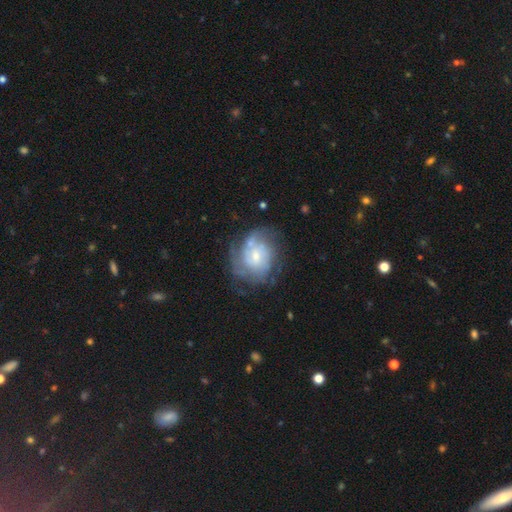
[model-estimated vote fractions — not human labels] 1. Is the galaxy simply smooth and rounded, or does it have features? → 70% featured or disk, 22% smooth, 7% star or artifact.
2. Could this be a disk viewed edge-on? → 98% no, 2% yes.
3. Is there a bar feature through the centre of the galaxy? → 67% no, 29% weak, 4% strong.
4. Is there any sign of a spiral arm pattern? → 81% yes, 19% no.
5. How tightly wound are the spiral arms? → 53% tight, 34% medium, 13% loose.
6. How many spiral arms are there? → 47% can't tell, 19% 2, 16% 3, 8% 4, 5% 1, 4% more than 4.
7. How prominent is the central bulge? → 52% small, 39% moderate, 4% large, 3% none, 1% dominant.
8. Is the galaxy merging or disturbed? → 58% none, 21% minor disturbance, 15% major disturbance, 6% merger.